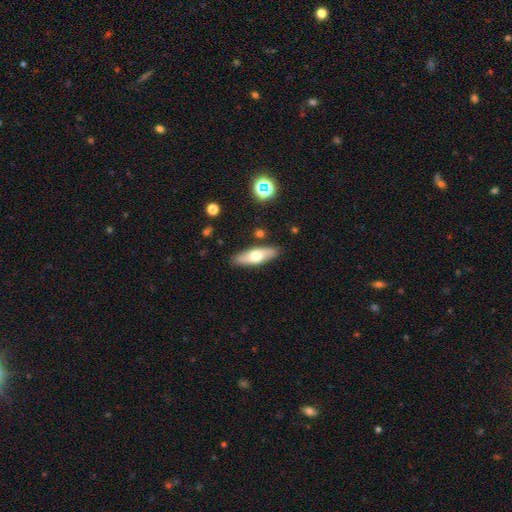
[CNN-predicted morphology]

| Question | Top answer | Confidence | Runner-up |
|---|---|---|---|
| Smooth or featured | smooth | 59% | featured or disk (34%) |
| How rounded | in between | 54% | cigar-shaped (43%) |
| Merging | none | 87% | minor disturbance (9%) |